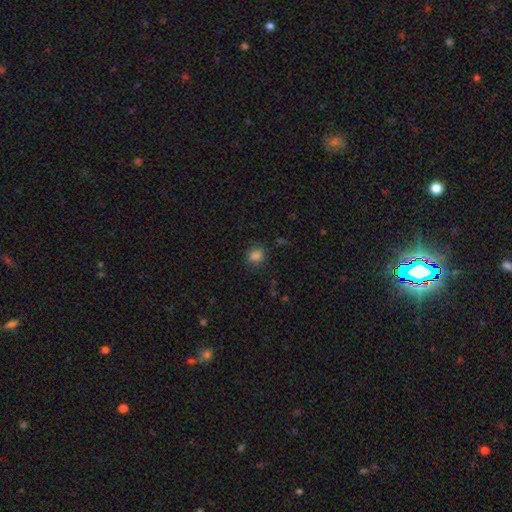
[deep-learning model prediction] Q: Smooth or featured?
A: smooth (83%); runner-up: star or artifact (13%)
Q: How rounded?
A: round (70%); runner-up: in between (29%)
Q: Merging?
A: none (81%); runner-up: minor disturbance (13%)